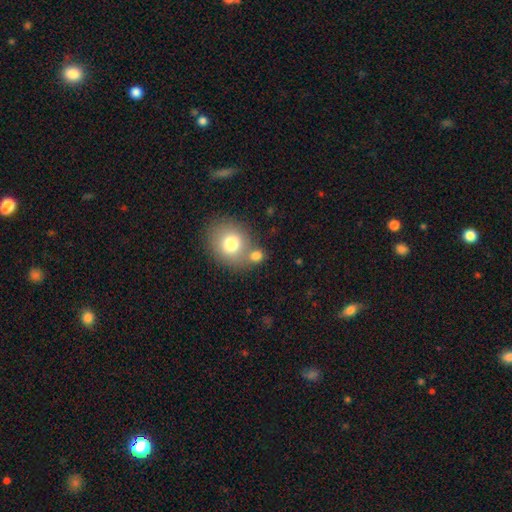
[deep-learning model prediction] Q: Smooth or featured?
A: smooth (79%); runner-up: featured or disk (11%)
Q: How rounded?
A: round (69%); runner-up: in between (30%)
Q: Merging?
A: none (51%); runner-up: merger (34%)